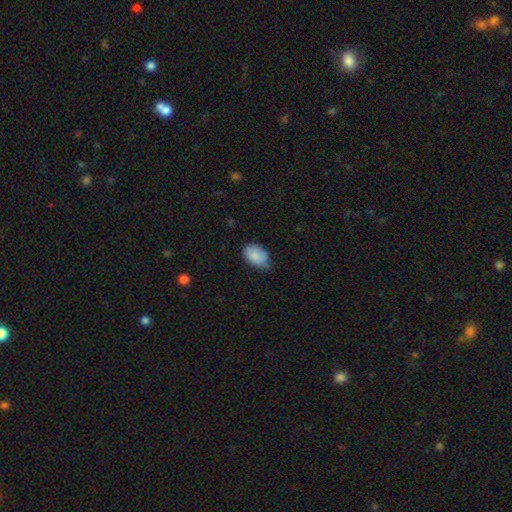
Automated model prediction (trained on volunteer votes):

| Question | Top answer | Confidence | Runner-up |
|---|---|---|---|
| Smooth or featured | smooth | 86% | featured or disk (7%) |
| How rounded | in between | 89% | round (10%) |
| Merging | none | 58% | minor disturbance (36%) |